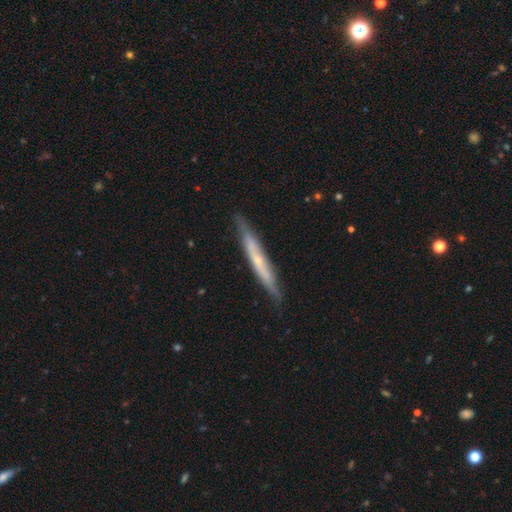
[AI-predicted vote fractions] Smooth or featured?
  - featured or disk: 59% *
  - smooth: 34%
  - star or artifact: 7%
Edge-on disk?
  - yes: 91% *
  - no: 9%
Edge-on bulge?
  - none: 57% *
  - rounded: 38%
  - boxy: 4%
Merging?
  - none: 87% *
  - minor disturbance: 10%
  - major disturbance: 2%
  - merger: 1%